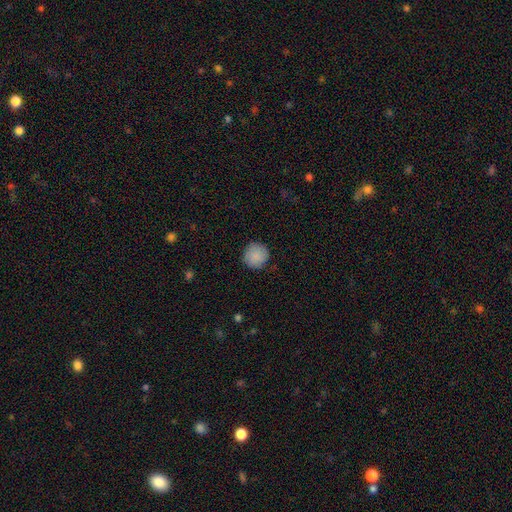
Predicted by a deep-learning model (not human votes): This appears to be a smooth galaxy with no disk features (88%) that is round (93%). Merging: none (87%).